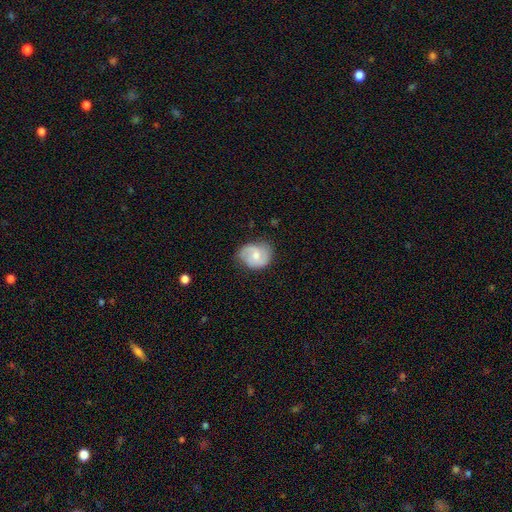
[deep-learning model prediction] A featured or disk galaxy (58%) with no bar (48%), spiral arms (87%) and a moderate central bulge (57%).

Vote fractions:
- Smooth or featured? featured or disk: 58% / smooth: 35% / star or artifact: 6%
- Edge-on disk? no: 97% / yes: 3%
- Bar? no: 48% / weak: 44% / strong: 8%
- Spiral arms? yes: 87% / no: 13%
- Bulge size? moderate: 57% / small: 36% / large: 3% / none: 3% / dominant: 1%
- Merging? none: 70% / minor disturbance: 23% / major disturbance: 6% / merger: 1%